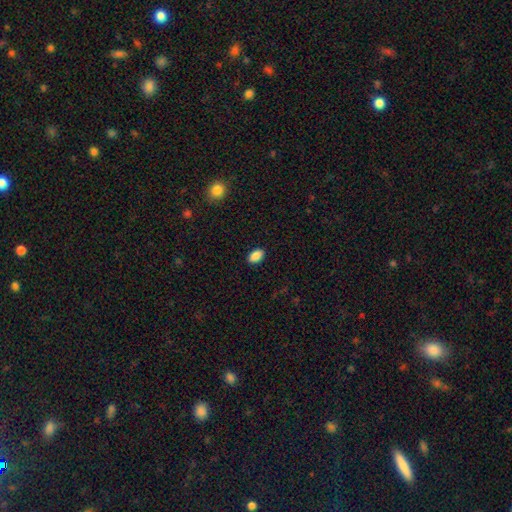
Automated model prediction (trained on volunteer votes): smooth-or-featured: smooth: 89% | star or artifact: 8% | featured or disk: 3%
  how-rounded: in between: 91% | round: 7% | cigar-shaped: 2%
  merging: none: 89% | minor disturbance: 8% | major disturbance: 2% | merger: 1%